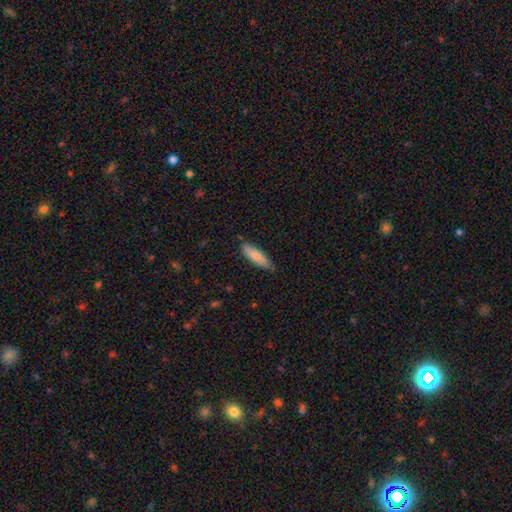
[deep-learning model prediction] Morphology: type=smooth (83%); roundness=cigar-shaped (54%); merging=none (78%).